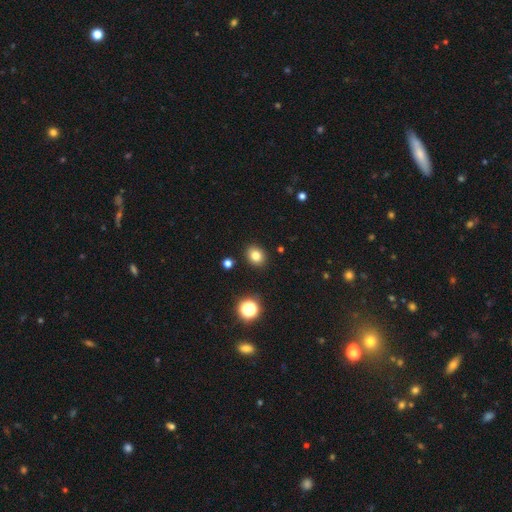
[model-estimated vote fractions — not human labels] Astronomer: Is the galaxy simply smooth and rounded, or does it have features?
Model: smooth — 80%.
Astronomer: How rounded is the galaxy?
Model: round — 60% (runner-up: in between, 39%).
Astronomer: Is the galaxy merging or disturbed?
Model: none — 89%.